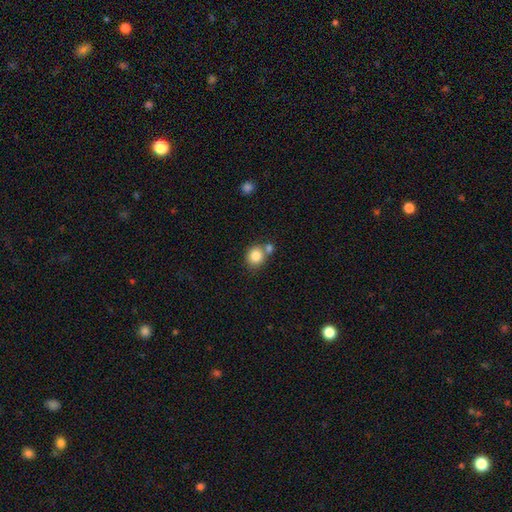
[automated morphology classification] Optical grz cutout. It shows a smooth galaxy with no disk features (83%) that is round (82%). Merging: none (57%).